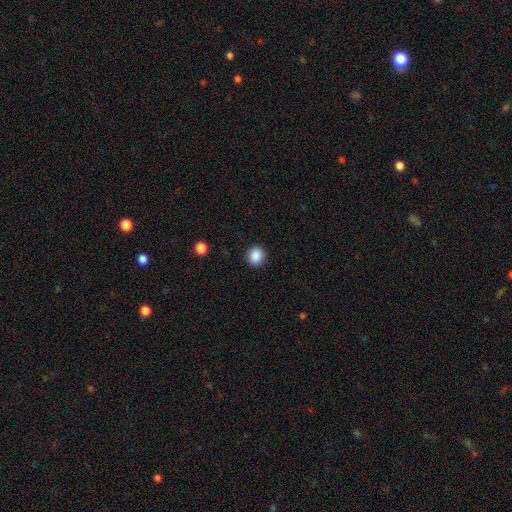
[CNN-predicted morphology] Q: Smooth or featured?
A: smooth (88%); runner-up: star or artifact (9%)
Q: How rounded?
A: round (78%); runner-up: in between (21%)
Q: Merging?
A: none (91%); runner-up: minor disturbance (6%)